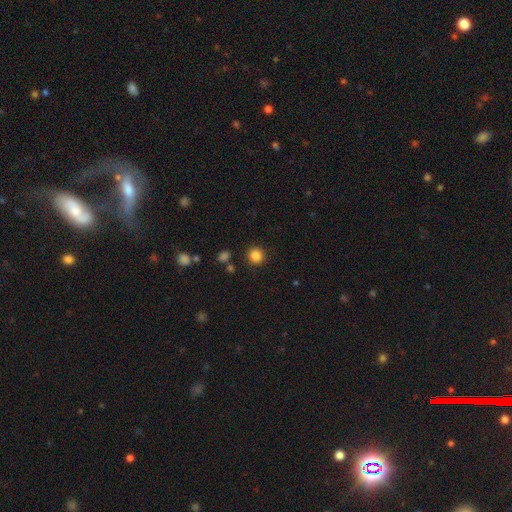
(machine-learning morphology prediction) The model was most divided on "smooth or featured": smooth: 85%, star or artifact: 11%, featured or disk: 4%. More confident: how rounded — round (92%); merging — none (89%).